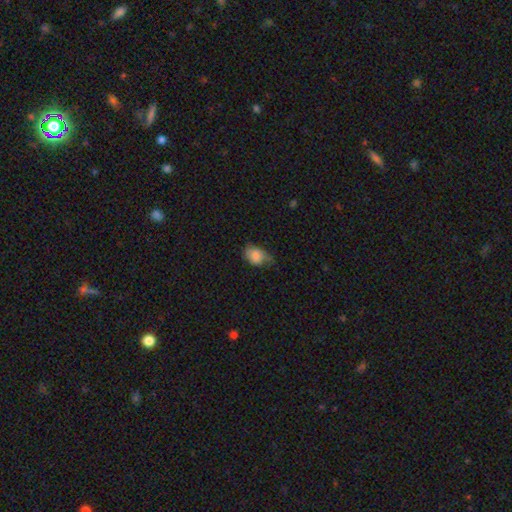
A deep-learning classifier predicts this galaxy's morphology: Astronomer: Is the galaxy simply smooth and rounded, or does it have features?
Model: smooth — 80%.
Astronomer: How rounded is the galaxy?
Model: in between — 77%.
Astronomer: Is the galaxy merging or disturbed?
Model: minor disturbance — 42% (runner-up: none, 39%).